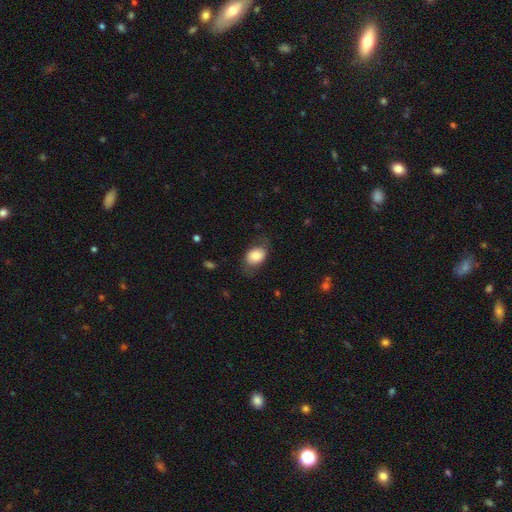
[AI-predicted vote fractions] Morphology: type=smooth (75%); roundness=in between (72%); merging=none (65%).